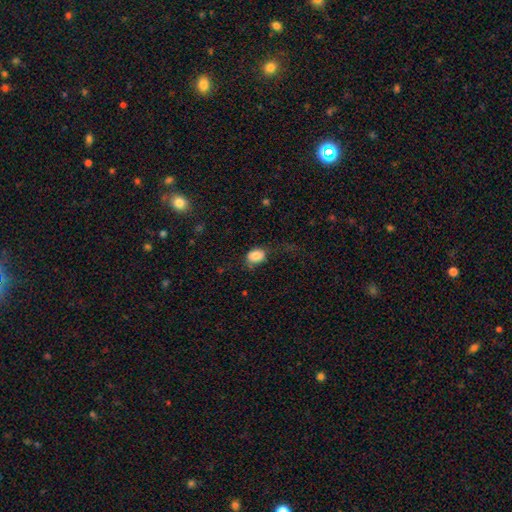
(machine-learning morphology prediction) Smooth or featured?
  - smooth: 82% *
  - featured or disk: 10%
  - star or artifact: 9%
How rounded?
  - in between: 67% *
  - round: 32%
  - cigar-shaped: 1%
Merging?
  - none: 55% *
  - minor disturbance: 26%
  - major disturbance: 17%
  - merger: 2%